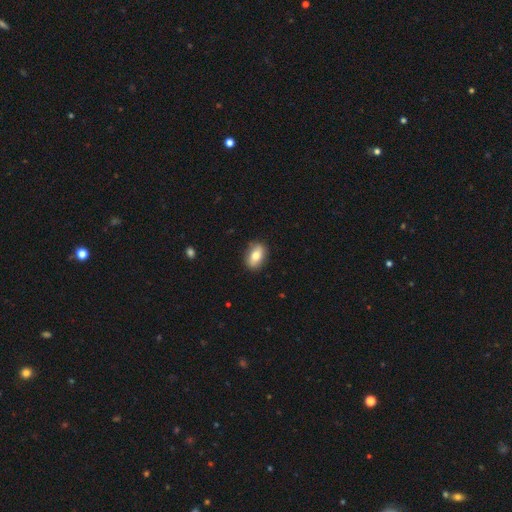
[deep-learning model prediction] smooth 74%, featured or disk 19%, star or artifact 7%. Down the decision tree: how rounded — in between (83%); merging — none (85%).